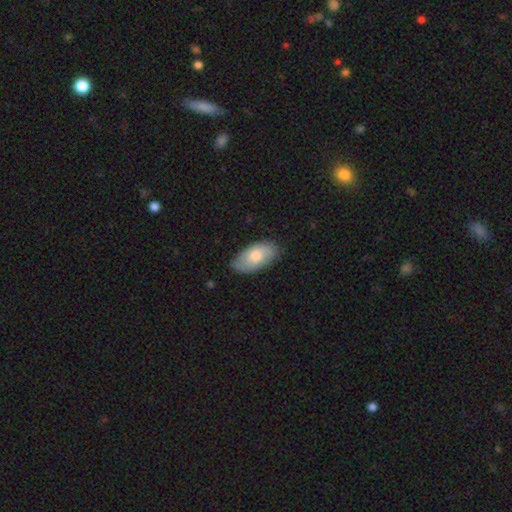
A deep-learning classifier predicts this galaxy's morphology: Smooth or featured?
  - smooth: 73% *
  - featured or disk: 22%
  - star or artifact: 6%
How rounded?
  - in between: 94% *
  - round: 3%
  - cigar-shaped: 3%
Merging?
  - none: 76% *
  - minor disturbance: 19%
  - major disturbance: 3%
  - merger: 1%